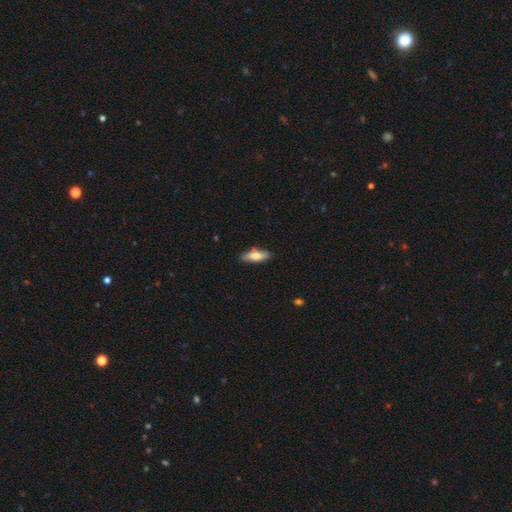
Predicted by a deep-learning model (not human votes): smooth 65%, featured or disk 29%, star or artifact 6%. Down the decision tree: how rounded — in between (52%); merging — none (83%).